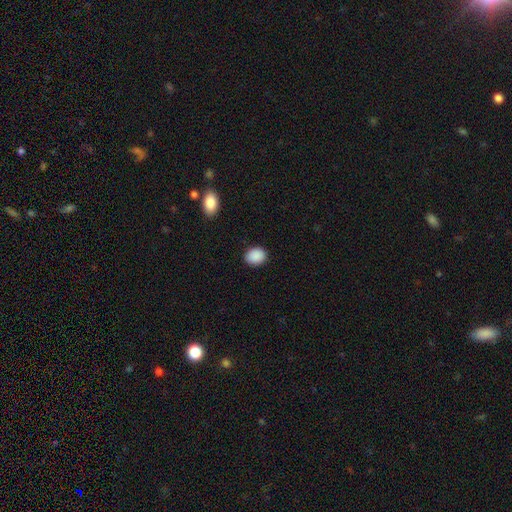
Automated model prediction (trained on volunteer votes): Smooth or featured? Predicted: smooth (p=0.90). How rounded? Predicted: in between (p=0.51). Merging? Predicted: none (p=0.89).